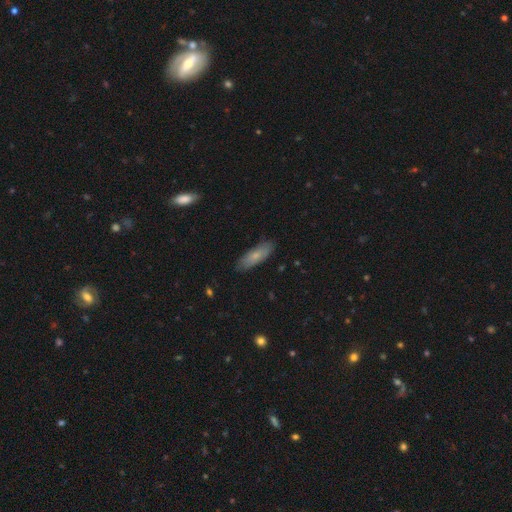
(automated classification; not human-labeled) smooth_or_featured: smooth (p=0.71) [alt: featured or disk p=0.23]
how_rounded: in between (p=0.56) [alt: cigar-shaped p=0.42]
merging: none (p=0.84) [alt: minor disturbance p=0.13]